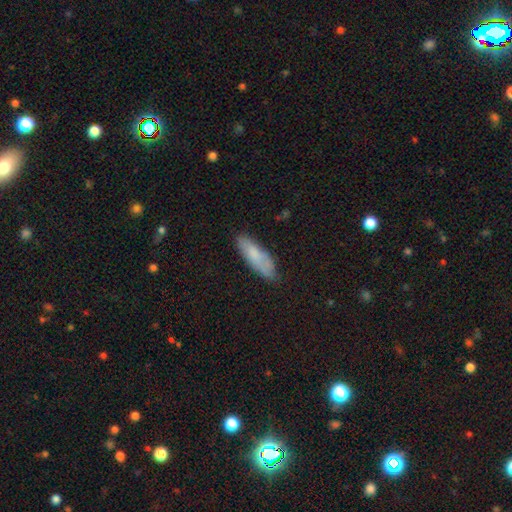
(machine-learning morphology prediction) smooth-or-featured: smooth: 78% | featured or disk: 16% | star or artifact: 7%
  how-rounded: in between: 52% | cigar-shaped: 46% | round: 2%
  merging: none: 76% | minor disturbance: 19% | major disturbance: 4% | merger: 2%